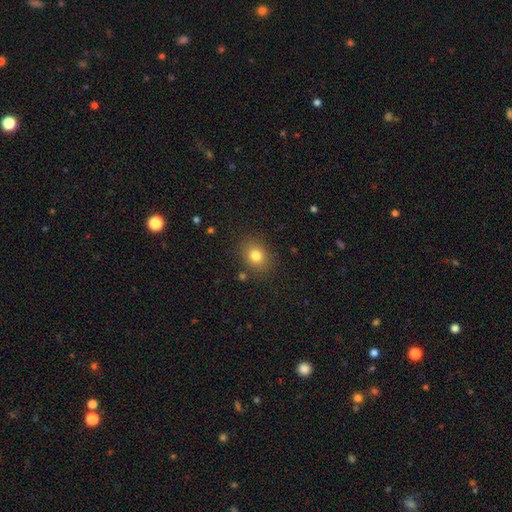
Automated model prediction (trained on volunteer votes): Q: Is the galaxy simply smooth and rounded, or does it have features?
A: smooth — 79%.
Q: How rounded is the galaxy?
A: round — 59%.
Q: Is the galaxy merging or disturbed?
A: none — 86%.